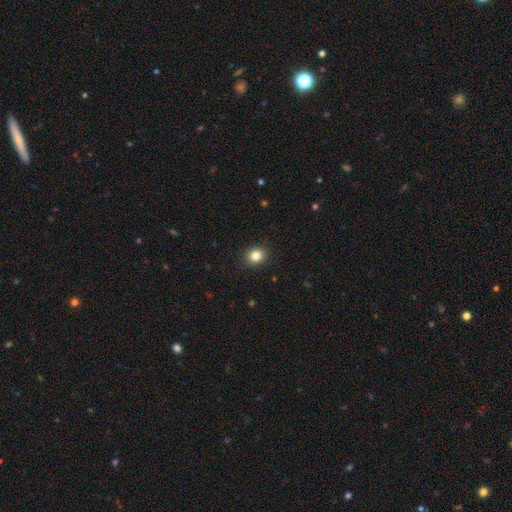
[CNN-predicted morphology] Smooth or featured? smooth (84%)
How rounded? round (63%)
Merging? none (90%)